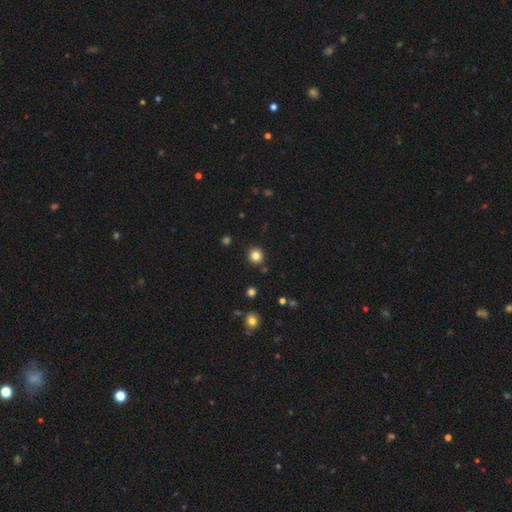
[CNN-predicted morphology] Smooth or featured?
  - smooth: 83% *
  - star or artifact: 12%
  - featured or disk: 5%
How rounded?
  - round: 91% *
  - in between: 8%
  - cigar-shaped: 1%
Merging?
  - none: 90% *
  - minor disturbance: 6%
  - merger: 2%
  - major disturbance: 2%